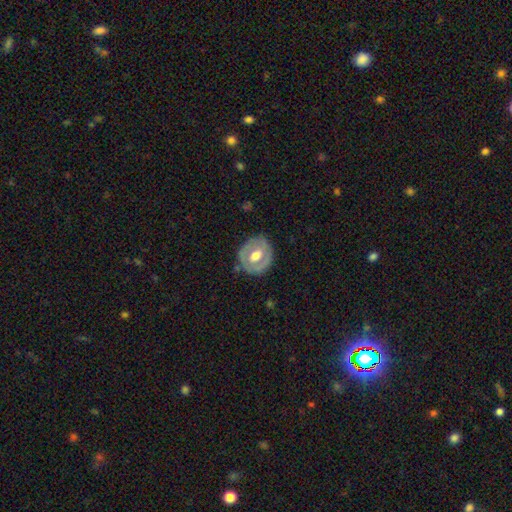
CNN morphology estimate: The model was most divided on "smooth or featured": featured or disk: 55%, smooth: 39%, star or artifact: 5%. More confident: edge-on disk — no (94%); merging — none (78%); spiral arms — no (77%); bulge size — moderate (66%); bar — no (51%).